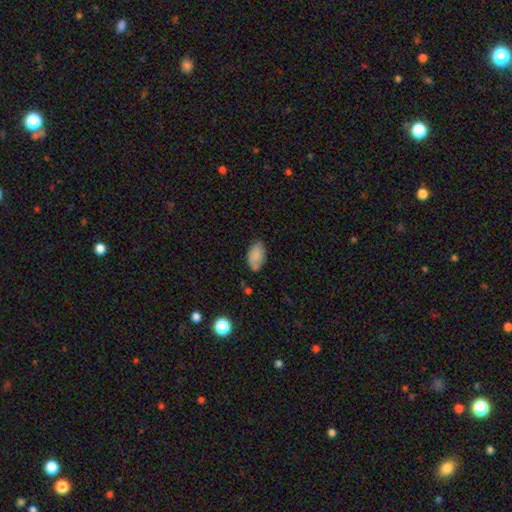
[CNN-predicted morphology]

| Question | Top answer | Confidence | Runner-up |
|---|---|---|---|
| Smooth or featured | smooth | 81% | featured or disk (11%) |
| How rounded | in between | 91% | round (7%) |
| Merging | none | 65% | minor disturbance (25%) |